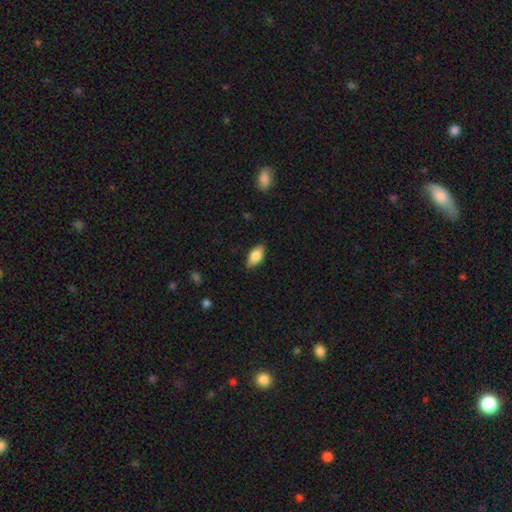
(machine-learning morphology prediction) Smooth or featured? smooth (73%)
How rounded? in between (87%)
Merging? none (83%)